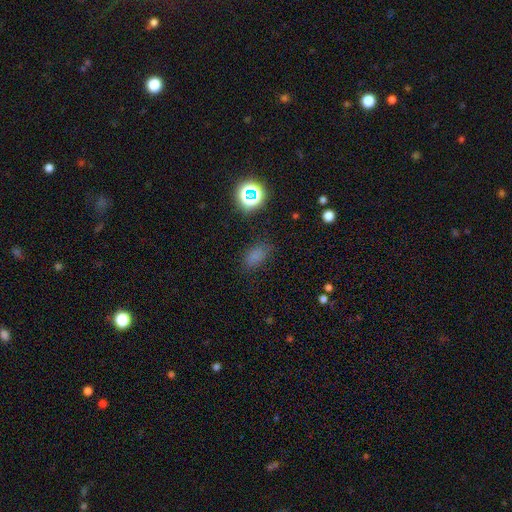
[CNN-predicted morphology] This is likely a smooth galaxy (73%). How rounded: clearly in between (83%). Merging: likely none (74%).